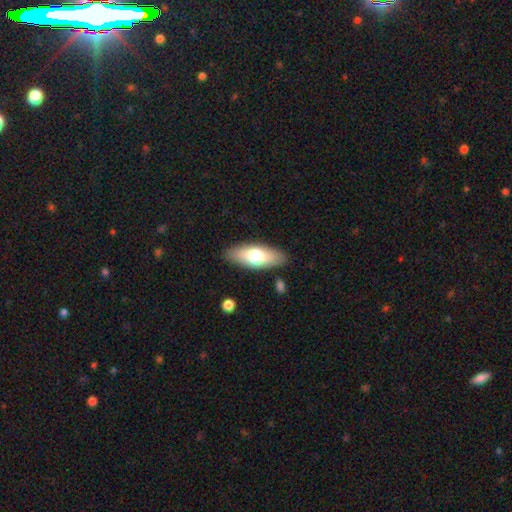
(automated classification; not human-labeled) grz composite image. It shows a smooth galaxy with no disk features (66%) that is in between round and cigar-shaped (74%). Merging: none (87%).